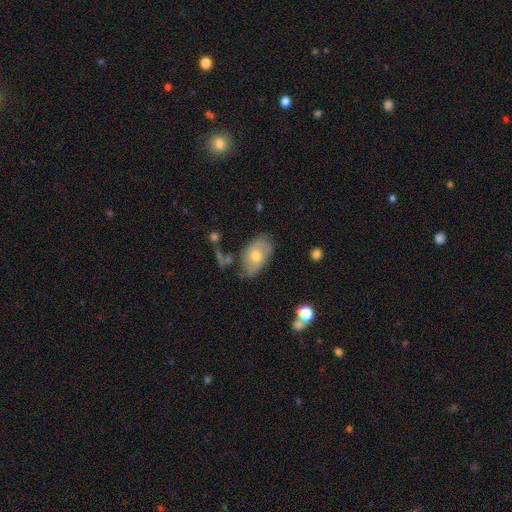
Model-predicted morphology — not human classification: Smooth or featured? smooth (51%)
How rounded? in between (87%)
Merging? none (56%)